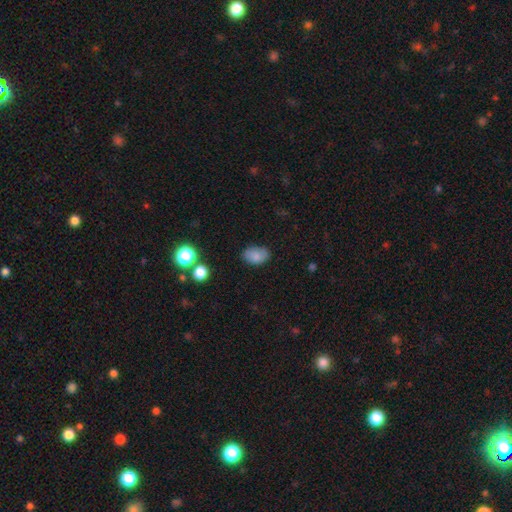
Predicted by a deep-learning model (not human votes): Overall: smooth (82%). How rounded: in between (85%). Merging: none (77%).